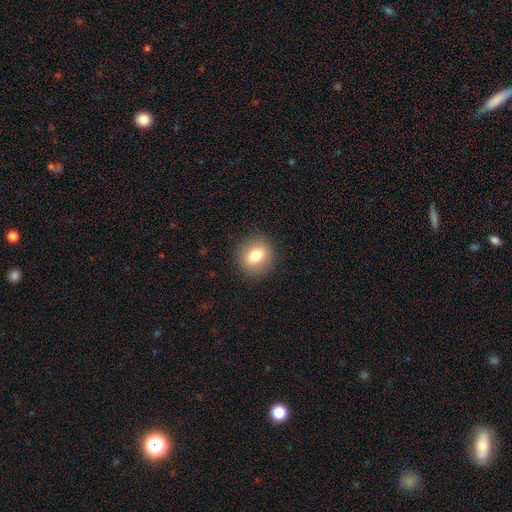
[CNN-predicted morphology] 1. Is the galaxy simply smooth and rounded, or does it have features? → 77% smooth, 13% featured or disk, 10% star or artifact.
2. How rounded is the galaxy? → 77% round, 22% in between, 1% cigar-shaped.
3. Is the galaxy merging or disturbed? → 90% none, 7% minor disturbance, 3% major disturbance, 1% merger.